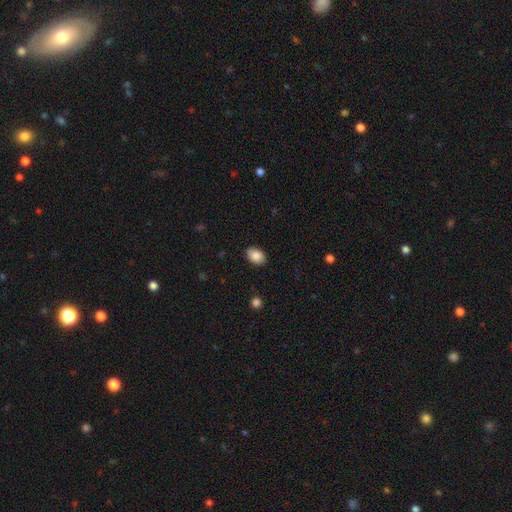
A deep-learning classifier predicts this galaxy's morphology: smooth-or-featured: smooth: 88% | star or artifact: 7% | featured or disk: 5%
  how-rounded: in between: 84% | round: 15% | cigar-shaped: 1%
  merging: none: 88% | minor disturbance: 9% | major disturbance: 2% | merger: 1%